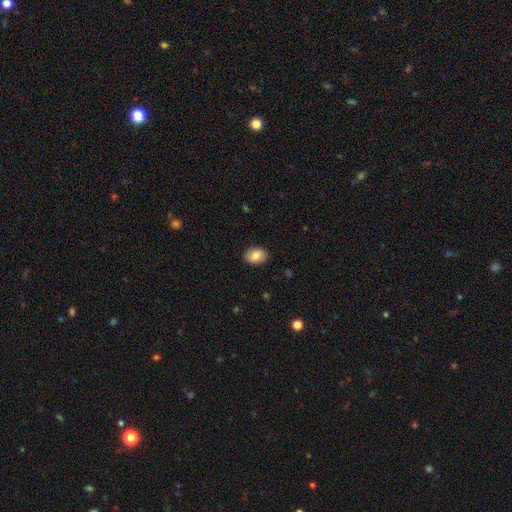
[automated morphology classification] A smooth galaxy with no disk features (77%) that is in between round and cigar-shaped (74%).

Vote fractions:
- Smooth or featured? smooth: 77% / featured or disk: 16% / star or artifact: 7%
- How rounded? in between: 74% / round: 25% / cigar-shaped: 1%
- Merging? none: 89% / minor disturbance: 8% / major disturbance: 2% / merger: 1%